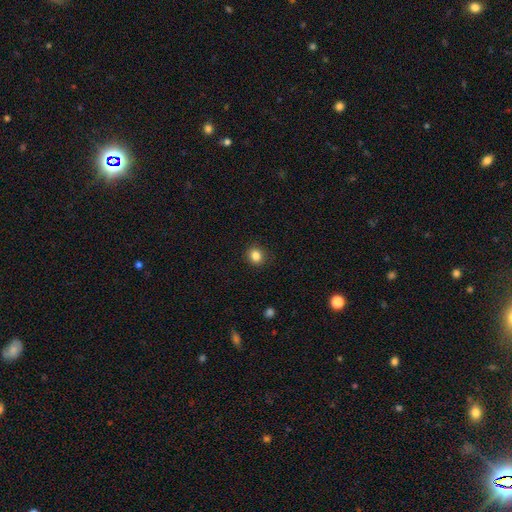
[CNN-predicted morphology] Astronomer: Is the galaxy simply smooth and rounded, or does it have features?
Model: smooth — 84%.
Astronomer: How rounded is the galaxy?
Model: round — 80%.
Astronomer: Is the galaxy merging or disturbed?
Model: none — 89%.